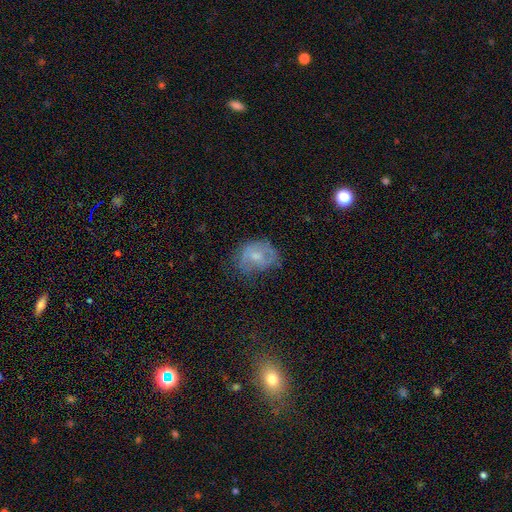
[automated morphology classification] A smooth galaxy with no disk features (50%) that is in between round and cigar-shaped (65%). Merging: none (47%).